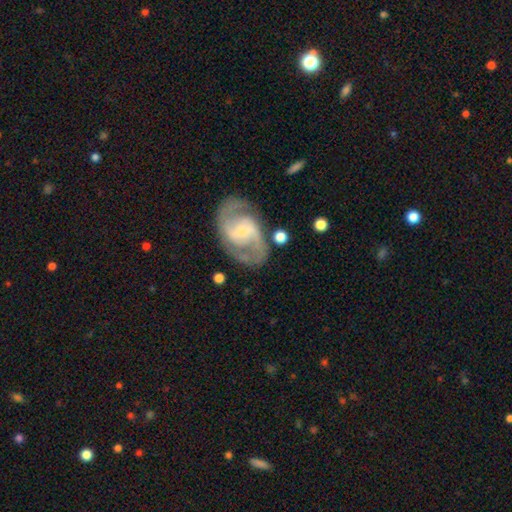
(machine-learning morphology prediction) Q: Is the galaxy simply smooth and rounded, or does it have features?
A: featured or disk — 87%.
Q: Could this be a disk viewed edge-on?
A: no — 97%.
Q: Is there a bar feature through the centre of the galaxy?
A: weak — 48%.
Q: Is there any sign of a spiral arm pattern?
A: yes — 97%.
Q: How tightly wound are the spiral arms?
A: medium — 57%.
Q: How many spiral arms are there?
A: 2 — 90%.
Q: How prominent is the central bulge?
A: small — 54%.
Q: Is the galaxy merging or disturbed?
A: none — 77%.